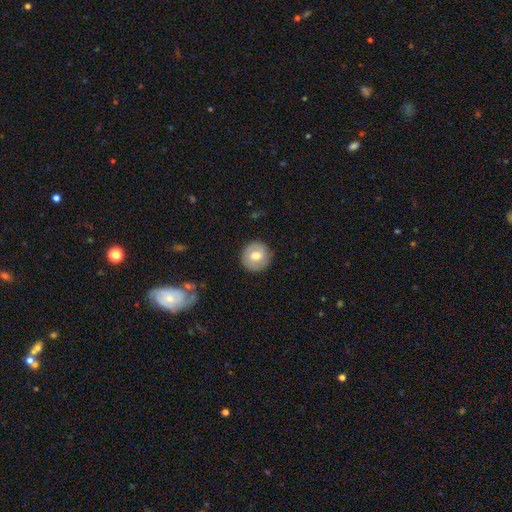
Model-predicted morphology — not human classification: This is likely a smooth galaxy (63%). How rounded: clearly round (92%). Merging: clearly none (88%).